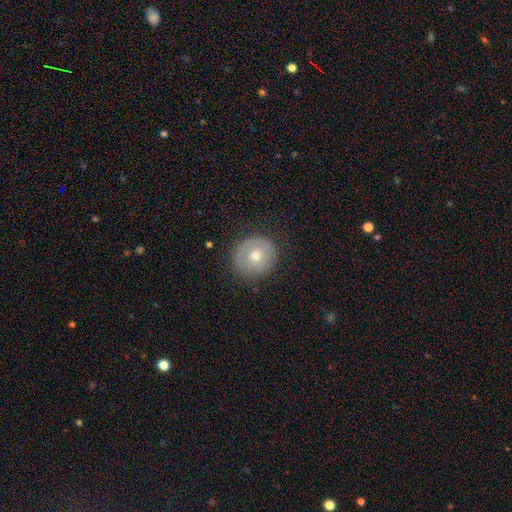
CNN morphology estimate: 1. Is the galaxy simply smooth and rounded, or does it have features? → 62% smooth, 29% featured or disk, 9% star or artifact.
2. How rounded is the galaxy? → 93% round, 6% in between, 1% cigar-shaped.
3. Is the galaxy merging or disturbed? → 85% none, 11% minor disturbance, 3% major disturbance, 1% merger.